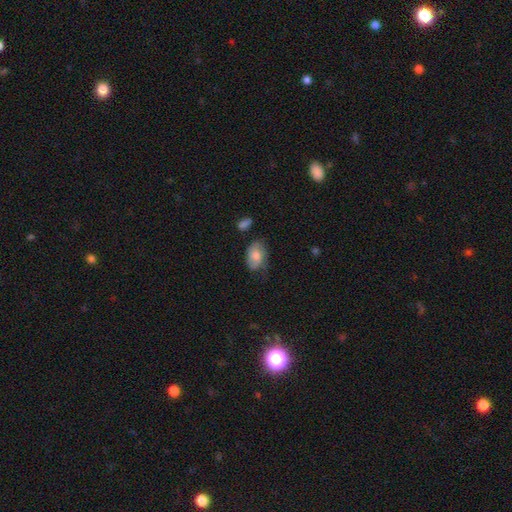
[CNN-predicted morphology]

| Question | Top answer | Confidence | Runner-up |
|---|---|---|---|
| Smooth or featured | smooth | 72% | featured or disk (21%) |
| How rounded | in between | 87% | round (12%) |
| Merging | none | 57% | minor disturbance (31%) |